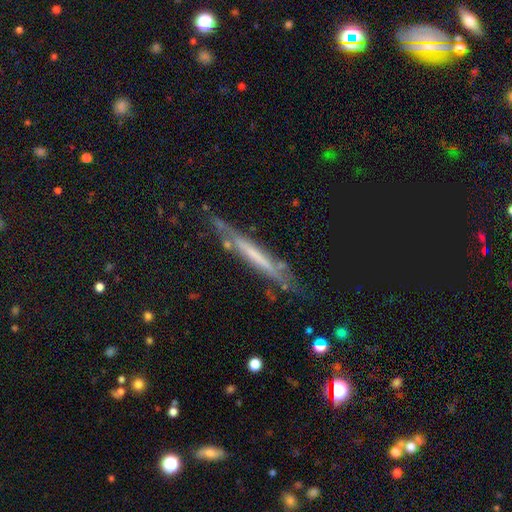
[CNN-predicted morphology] featured or disk 64%, smooth 29%, star or artifact 7%. Down the decision tree: edge-on disk — yes (86%); edge-on bulge — none (79%); merging — none (72%).